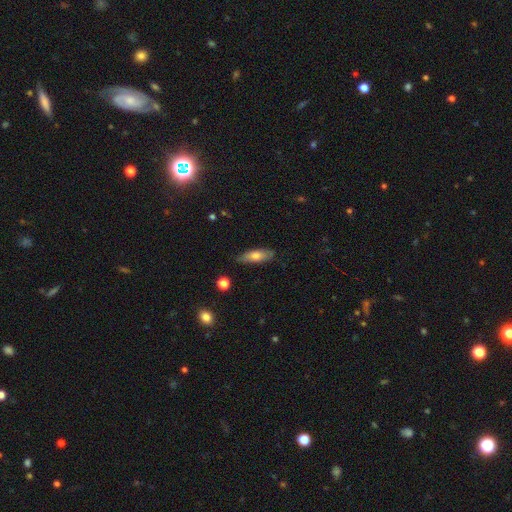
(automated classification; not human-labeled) Smooth or featured?
  - smooth: 67% *
  - featured or disk: 26%
  - star or artifact: 7%
How rounded?
  - in between: 57% *
  - cigar-shaped: 40%
  - round: 3%
Merging?
  - none: 77% *
  - minor disturbance: 18%
  - major disturbance: 3%
  - merger: 2%